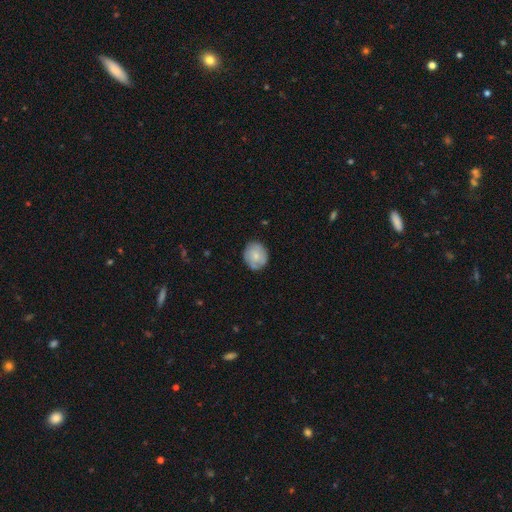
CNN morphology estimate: smooth-or-featured: smooth: 66% | featured or disk: 27% | star or artifact: 7%
  how-rounded: round: 75% | in between: 24% | cigar-shaped: 1%
  merging: none: 79% | minor disturbance: 17% | major disturbance: 3% | merger: 1%